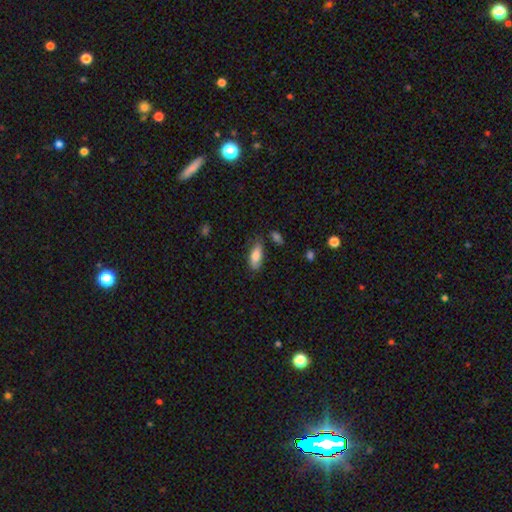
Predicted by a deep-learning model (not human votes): smooth-or-featured: smooth: 81% | featured or disk: 12% | star or artifact: 7%
  how-rounded: in between: 80% | cigar-shaped: 18% | round: 2%
  merging: none: 70% | minor disturbance: 21% | major disturbance: 4% | merger: 4%